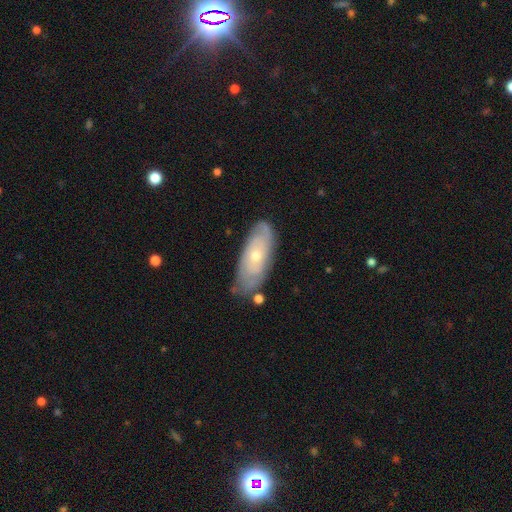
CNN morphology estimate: The model was most divided on "bulge size": small: 55%, moderate: 42%, large: 1%, none: 1%, dominant: 1%. More confident: edge-on disk — no (85%); bar — no (83%); spiral arms — yes (73%); merging — none (70%); smooth or featured — featured or disk (62%).